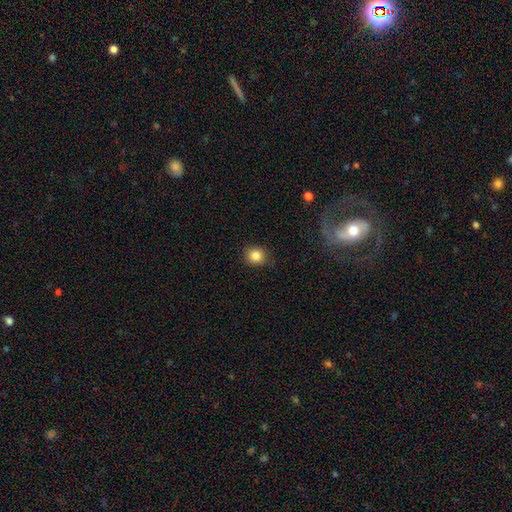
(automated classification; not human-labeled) The model was most divided on "how rounded": round: 83%, in between: 16%, cigar-shaped: 1%. More confident: merging — none (86%); smooth or featured — smooth (85%).